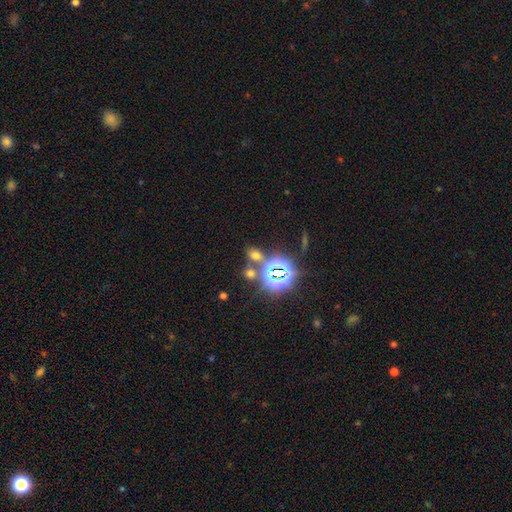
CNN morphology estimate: smooth_or_featured: smooth (p=0.48) [alt: star or artifact p=0.43]
merging: none (p=0.68) [alt: merger p=0.17]